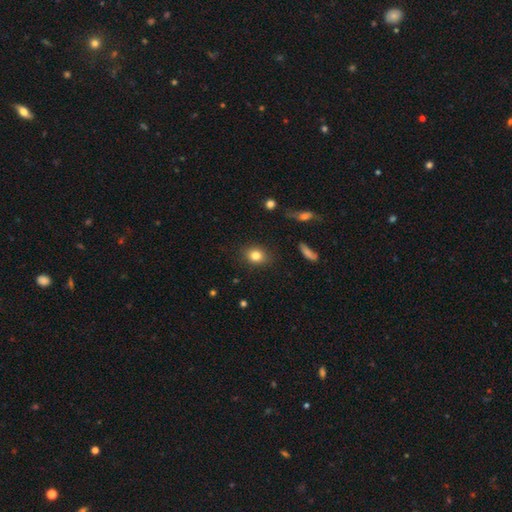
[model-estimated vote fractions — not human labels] smooth_or_featured: smooth (p=0.82) [alt: star or artifact p=0.10]
how_rounded: round (p=0.56) [alt: in between p=0.42]
merging: none (p=0.87) [alt: minor disturbance p=0.09]